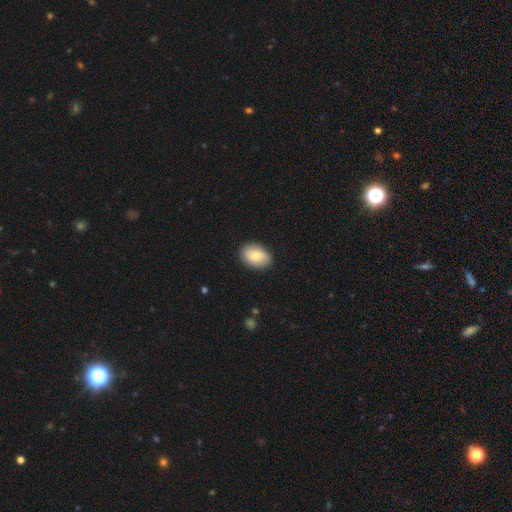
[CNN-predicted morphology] Smooth or featured: smooth — 73% (featured or disk — 21%)
How rounded: in between — 80% (round — 19%)
Merging: none — 86% (minor disturbance — 11%)